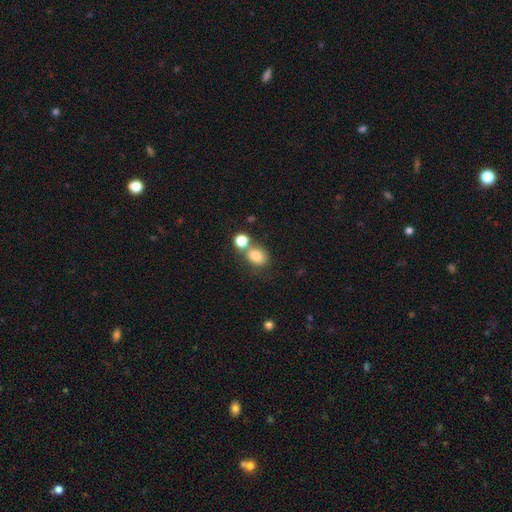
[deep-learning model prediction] This is clearly a smooth galaxy (80%). How rounded: possibly in between (58%). Merging: possibly none (52%).